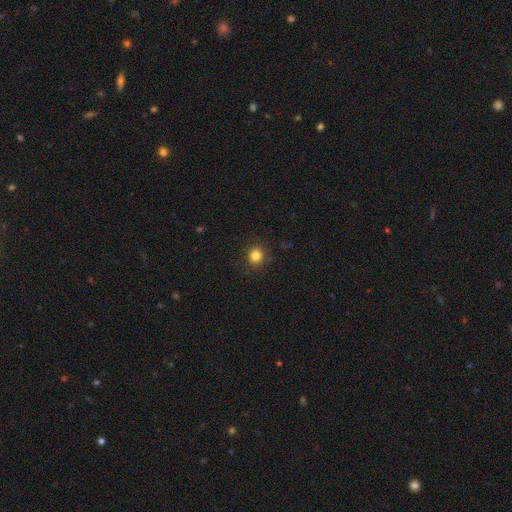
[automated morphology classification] smooth_or_featured: smooth (p=0.82) [alt: star or artifact p=0.13]
how_rounded: round (p=0.91) [alt: in between p=0.08]
merging: none (p=0.90) [alt: minor disturbance p=0.06]